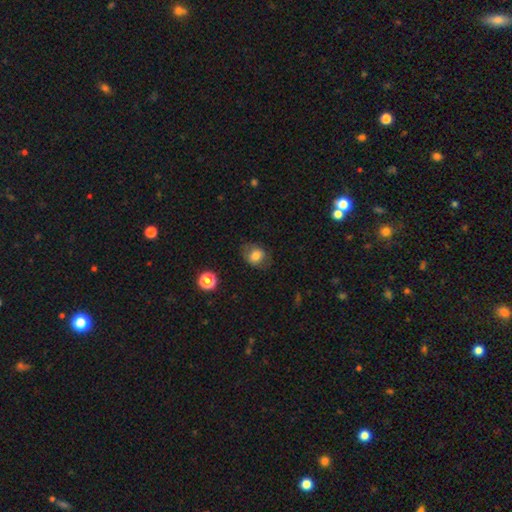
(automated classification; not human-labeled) smooth_or_featured: smooth (p=0.73) [alt: featured or disk p=0.17]
how_rounded: round (p=0.50) [alt: in between p=0.49]
merging: none (p=0.70) [alt: minor disturbance p=0.20]